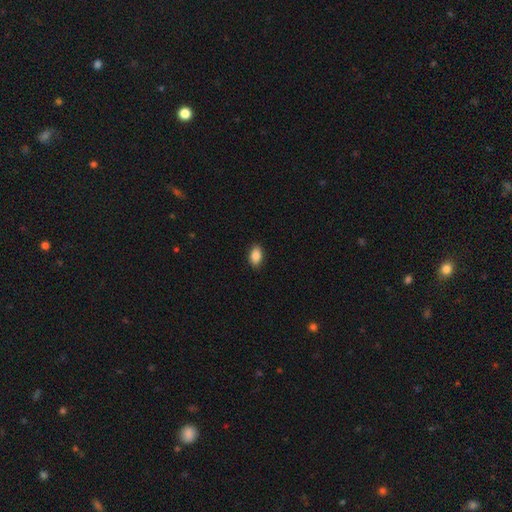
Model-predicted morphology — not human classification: smooth-or-featured: smooth: 88% | star or artifact: 8% | featured or disk: 5%
  how-rounded: in between: 90% | round: 8% | cigar-shaped: 2%
  merging: none: 88% | minor disturbance: 9% | major disturbance: 2% | merger: 1%